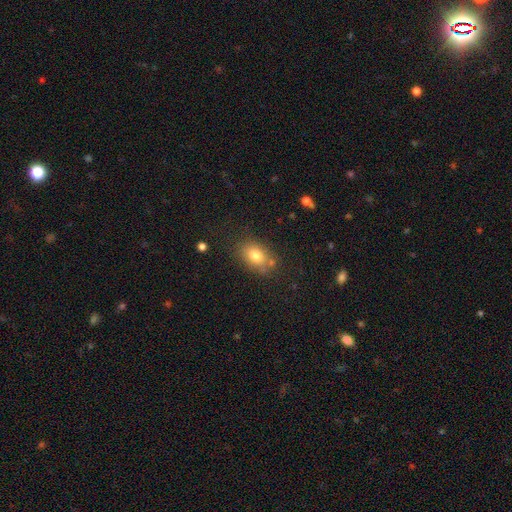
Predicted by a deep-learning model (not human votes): smooth 79%, featured or disk 11%, star or artifact 10%. Down the decision tree: how rounded — in between (77%); merging — none (74%).